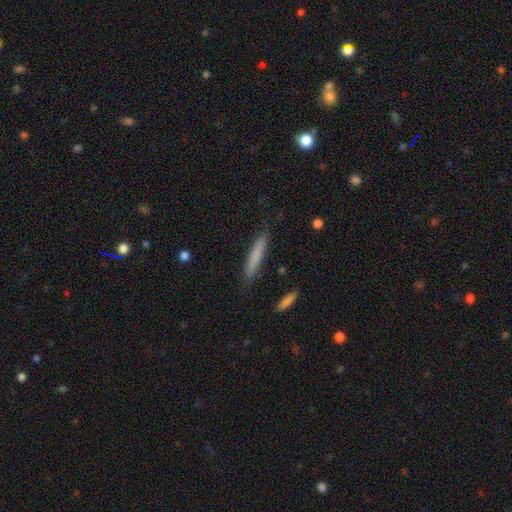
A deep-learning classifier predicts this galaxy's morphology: Smooth or featured?
  - smooth: 77% *
  - featured or disk: 17%
  - star or artifact: 6%
How rounded?
  - cigar-shaped: 93% *
  - in between: 6%
  - round: 1%
Merging?
  - none: 86% *
  - minor disturbance: 10%
  - major disturbance: 2%
  - merger: 2%